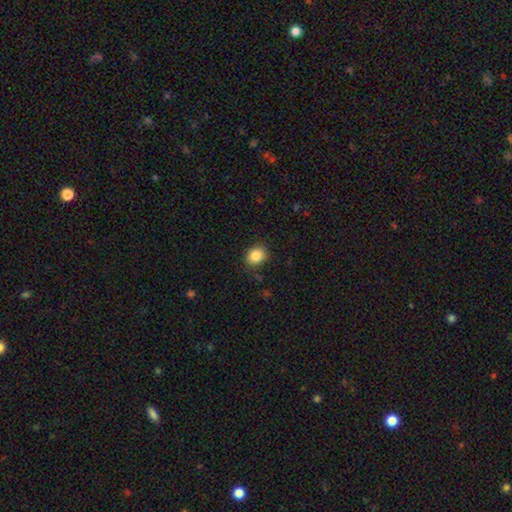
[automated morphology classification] A smooth galaxy with no disk features (86%) that is round (65%). Merging: none (86%).